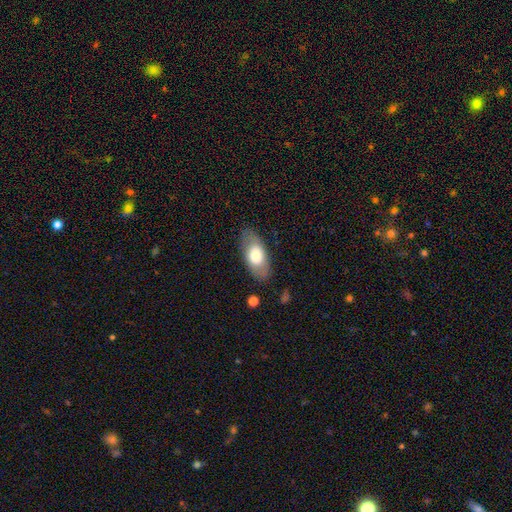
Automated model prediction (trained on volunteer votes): This is likely a smooth galaxy (69%). How rounded: clearly in between (90%). Merging: clearly none (81%).